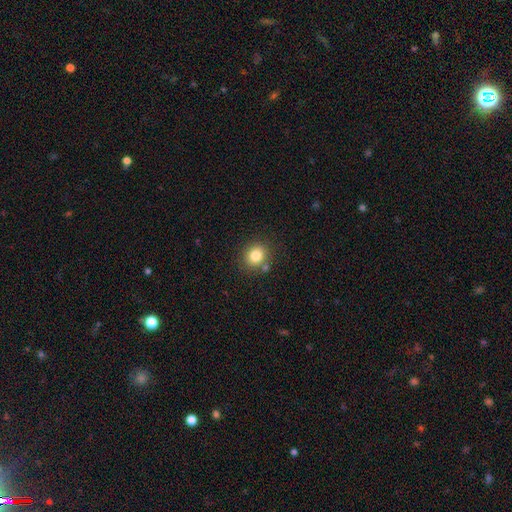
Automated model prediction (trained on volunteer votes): smooth_or_featured: smooth (p=0.82) [alt: star or artifact p=0.11]
how_rounded: round (p=0.77) [alt: in between p=0.22]
merging: none (p=0.80) [alt: minor disturbance p=0.10]